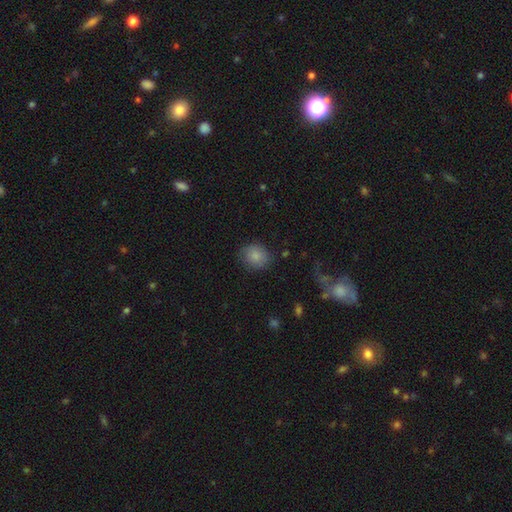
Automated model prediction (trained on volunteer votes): smooth 86%, star or artifact 8%, featured or disk 6%. Down the decision tree: how rounded — round (68%); merging — none (79%).